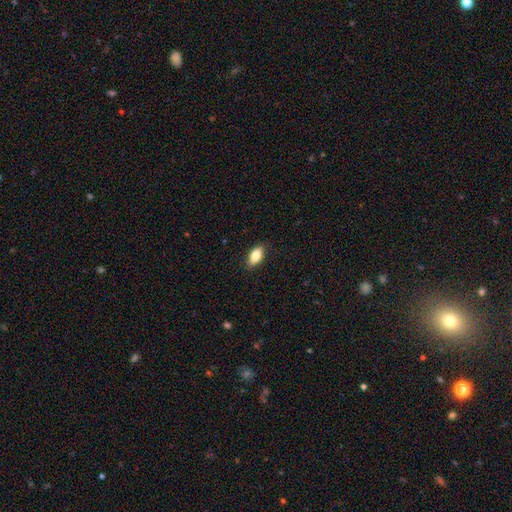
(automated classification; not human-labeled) A smooth galaxy with no disk features (82%) that is in between round and cigar-shaped (89%). Merging: none (86%).